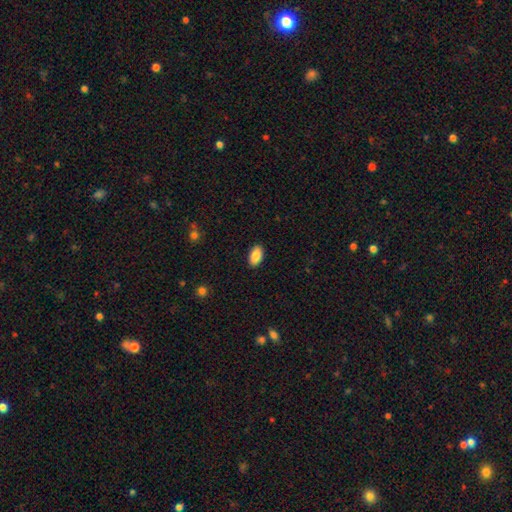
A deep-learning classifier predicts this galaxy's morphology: The model was most divided on "smooth or featured": smooth: 87%, star or artifact: 7%, featured or disk: 6%. More confident: how rounded — in between (94%); merging — none (90%).